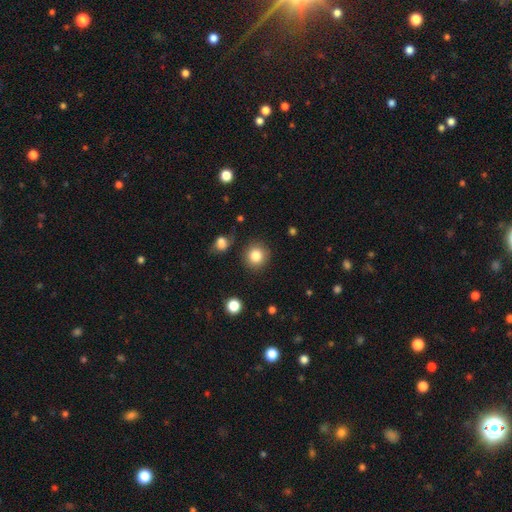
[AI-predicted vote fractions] smooth_or_featured: smooth (p=0.83) [alt: star or artifact p=0.10]
how_rounded: round (p=0.90) [alt: in between p=0.09]
merging: none (p=0.87) [alt: minor disturbance p=0.08]